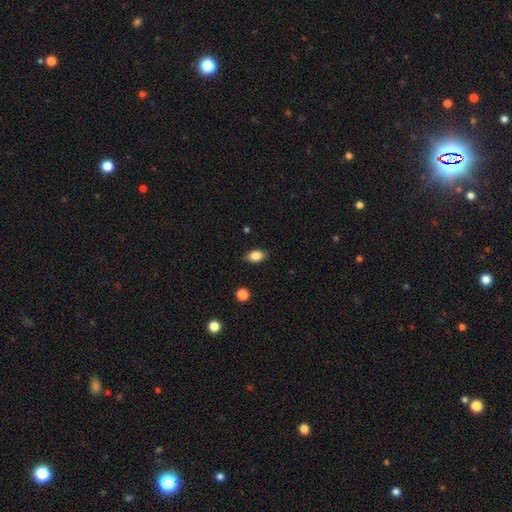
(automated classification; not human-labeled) smooth-or-featured: smooth: 85% | star or artifact: 9% | featured or disk: 6%
  how-rounded: in between: 85% | round: 13% | cigar-shaped: 2%
  merging: none: 85% | minor disturbance: 12% | major disturbance: 2% | merger: 1%